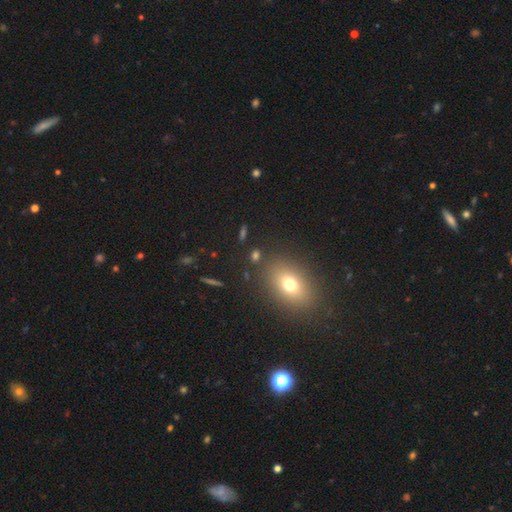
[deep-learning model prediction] This is likely a smooth galaxy (61%). How rounded: likely in between (60%). Merging: clearly none (85%).